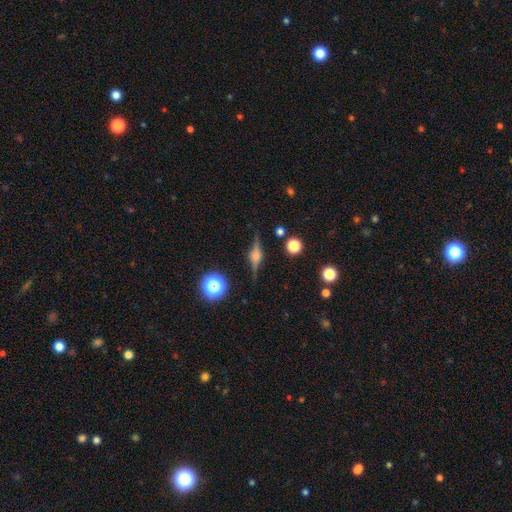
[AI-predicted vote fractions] This appears to be a featured or disk galaxy (75%) viewed edge-on (96%) with a rounded central bulge (83%). Merging: none (83%).